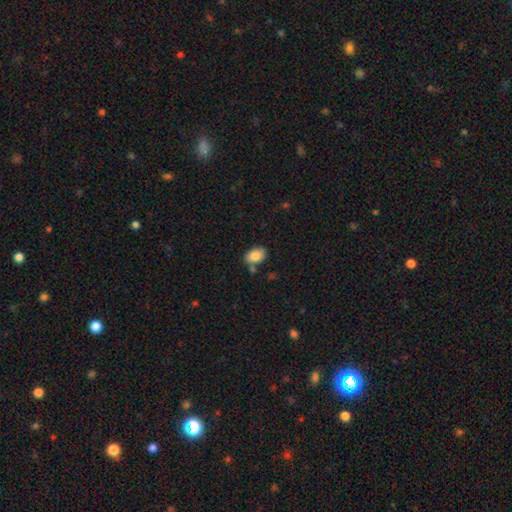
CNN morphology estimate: This is clearly a smooth galaxy (85%). How rounded: clearly in between (87%). Merging: likely none (75%).